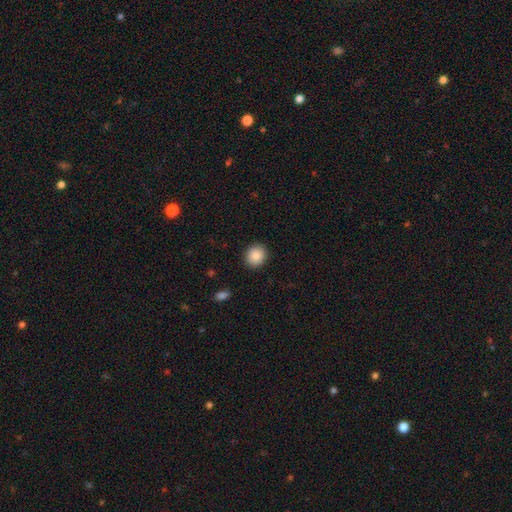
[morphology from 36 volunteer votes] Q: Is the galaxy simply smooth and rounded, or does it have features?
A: smooth — 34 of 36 (94%).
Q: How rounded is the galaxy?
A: round — 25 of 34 (74%).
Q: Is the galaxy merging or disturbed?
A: none — 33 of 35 (94%).